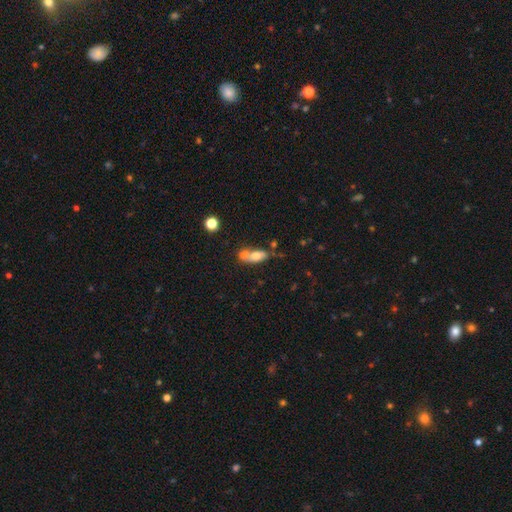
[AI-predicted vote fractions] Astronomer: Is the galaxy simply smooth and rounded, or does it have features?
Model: smooth — 69%.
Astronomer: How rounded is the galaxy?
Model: in between — 75%.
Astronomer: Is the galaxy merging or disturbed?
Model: merger — 48% (runner-up: none, 32%).